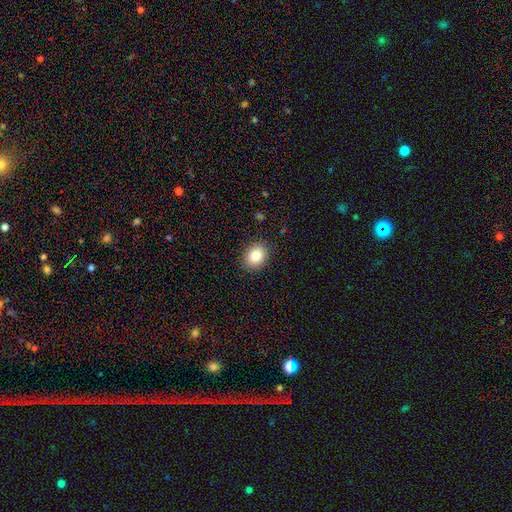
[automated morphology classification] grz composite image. It shows a smooth galaxy with no disk features (85%) that is in between round and cigar-shaped (56%). Merging: none (88%).